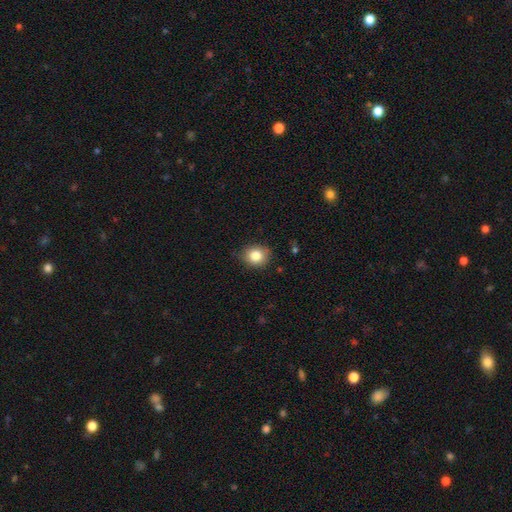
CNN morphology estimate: smooth 82%, star or artifact 10%, featured or disk 8%. Down the decision tree: how rounded — round (68%); merging — none (83%).